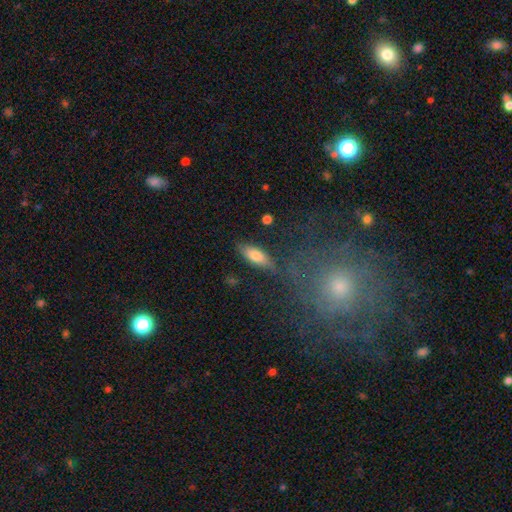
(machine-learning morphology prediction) Smooth or featured? Predicted: smooth (p=0.75). How rounded? Predicted: in between (p=0.67). Merging? Predicted: none (p=0.76).